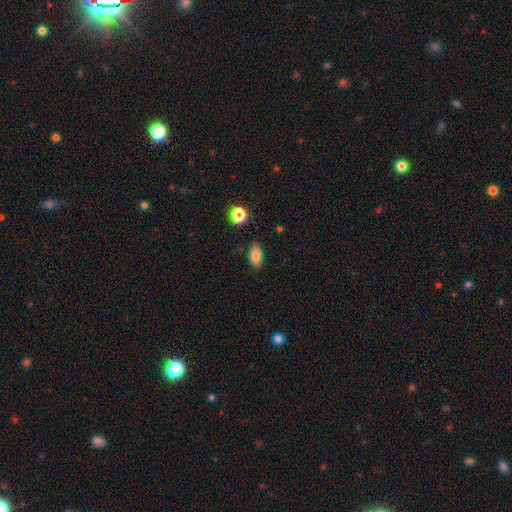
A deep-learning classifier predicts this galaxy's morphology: The model was most divided on "merging": none: 85%, minor disturbance: 10%, major disturbance: 2%, merger: 2%. More confident: how rounded — in between (89%); smooth or featured — smooth (84%).